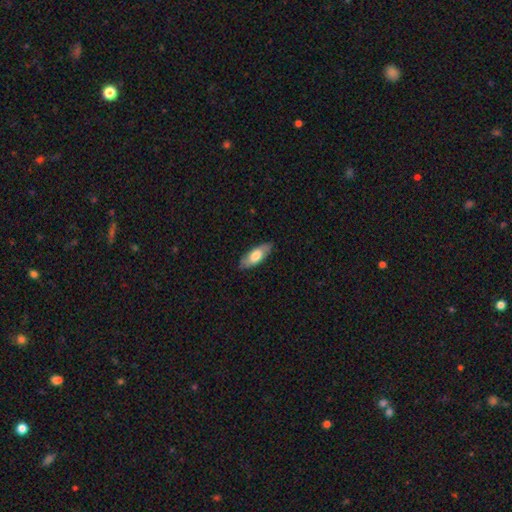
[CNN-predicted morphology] smooth-or-featured: smooth: 66% | featured or disk: 28% | star or artifact: 6%
  how-rounded: in between: 75% | cigar-shaped: 23% | round: 2%
  merging: none: 83% | minor disturbance: 14% | major disturbance: 3% | merger: 1%